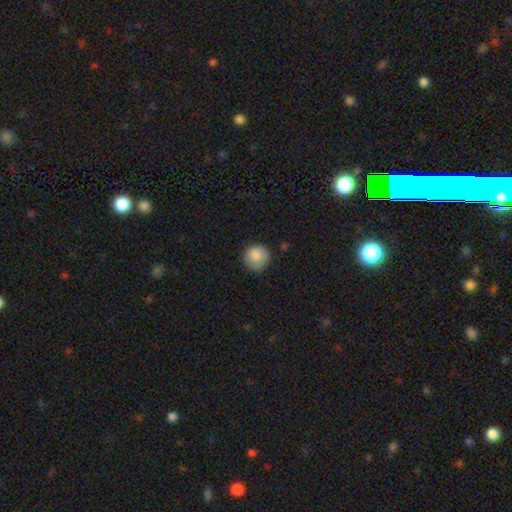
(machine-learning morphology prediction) This appears to be a smooth galaxy with no disk features (84%) that is round (92%). Merging: none (77%).